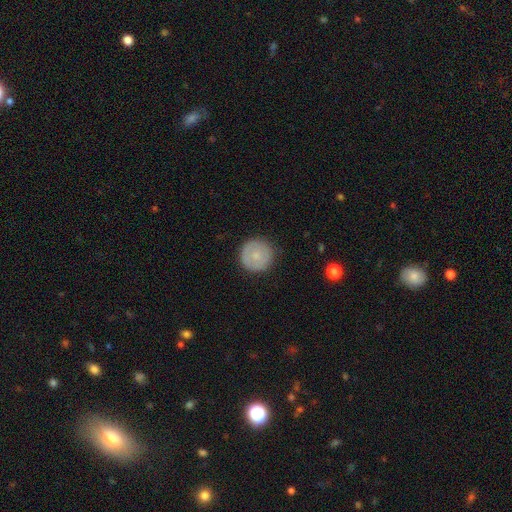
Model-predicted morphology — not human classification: smooth-or-featured: smooth: 71% | featured or disk: 23% | star or artifact: 6%
  how-rounded: round: 96% | in between: 3% | cigar-shaped: 1%
  merging: none: 88% | minor disturbance: 9% | major disturbance: 2% | merger: 1%